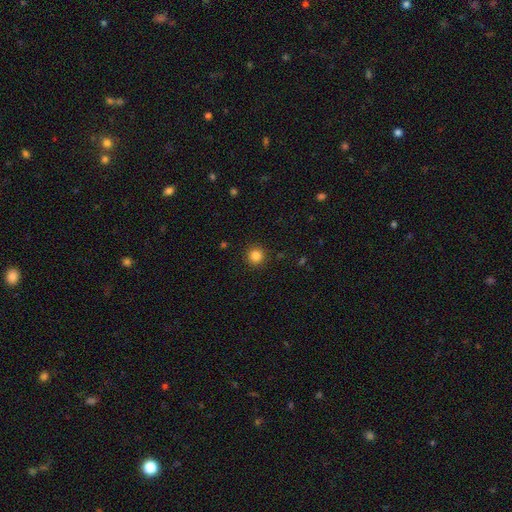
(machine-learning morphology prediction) Smooth or featured? Predicted: smooth (p=0.85). How rounded? Predicted: round (p=0.95). Merging? Predicted: none (p=0.91).